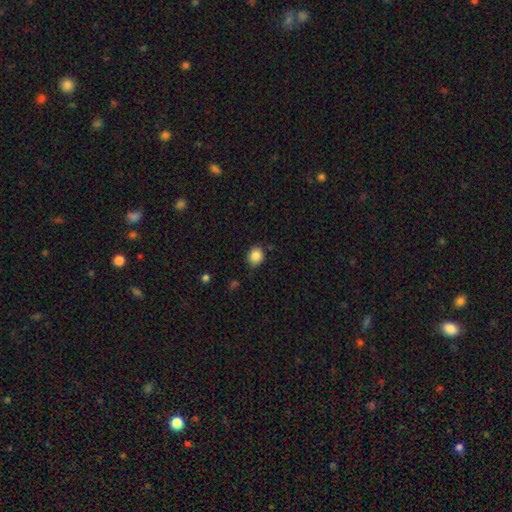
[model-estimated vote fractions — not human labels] Overall: smooth (87%). How rounded: round (73%). Merging: none (83%).